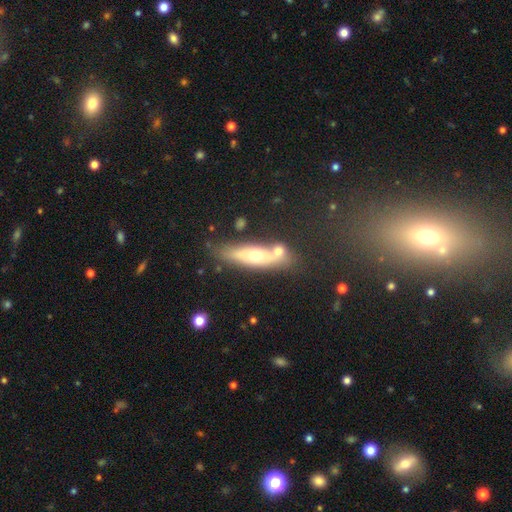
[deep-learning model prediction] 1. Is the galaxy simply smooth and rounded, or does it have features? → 47% featured or disk, 45% smooth, 8% star or artifact.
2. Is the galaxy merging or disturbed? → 61% none, 19% merger, 15% minor disturbance, 5% major disturbance.